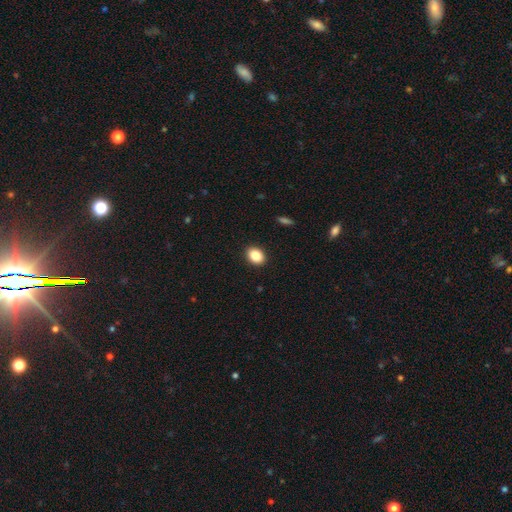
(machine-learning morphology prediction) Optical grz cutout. It shows a smooth galaxy with no disk features (87%) that is in between round and cigar-shaped (66%). Merging: none (91%).